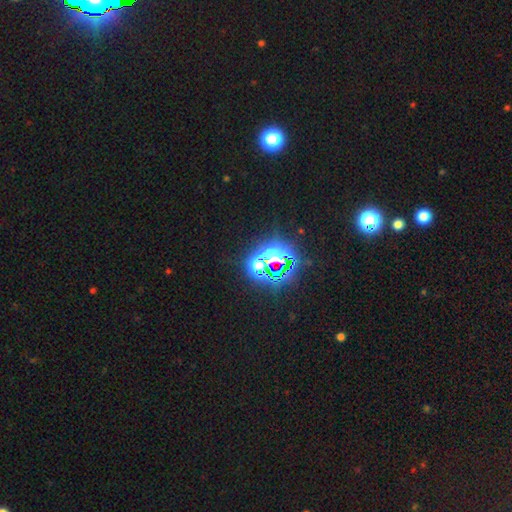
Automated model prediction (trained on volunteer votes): smooth_or_featured: star or artifact (p=0.80) [alt: smooth p=0.13]